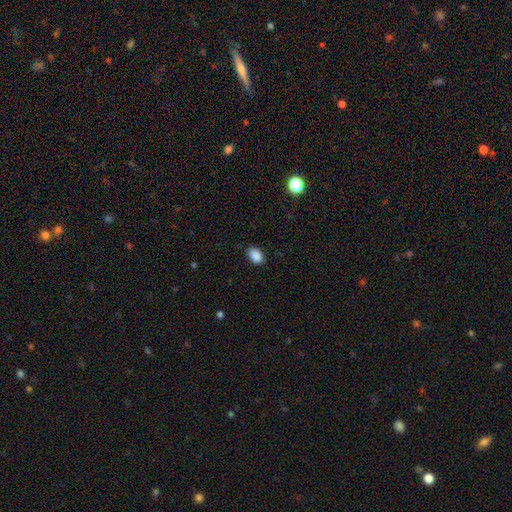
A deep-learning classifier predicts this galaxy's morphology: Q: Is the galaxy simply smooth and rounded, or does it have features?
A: smooth — 89%.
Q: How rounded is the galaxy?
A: in between — 82%.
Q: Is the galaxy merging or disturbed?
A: none — 86%.